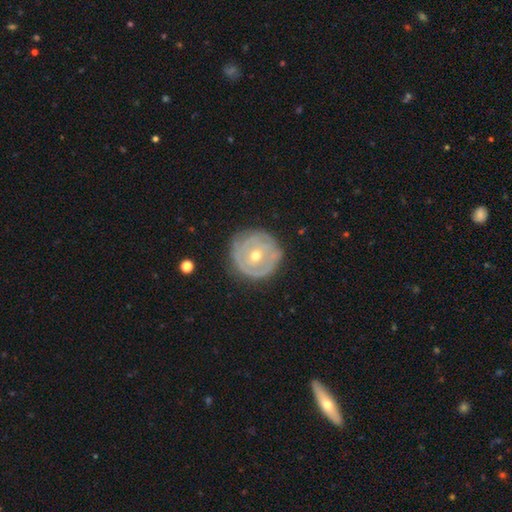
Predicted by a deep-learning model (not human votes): Q: Smooth or featured?
A: featured or disk (68%); runner-up: smooth (25%)
Q: Edge-on disk?
A: no (95%); runner-up: yes (5%)
Q: Bar?
A: no (78%); runner-up: weak (17%)
Q: Spiral arms?
A: yes (58%); runner-up: no (42%)
Q: Bulge size?
A: moderate (56%); runner-up: small (41%)
Q: Merging?
A: none (77%); runner-up: minor disturbance (16%)